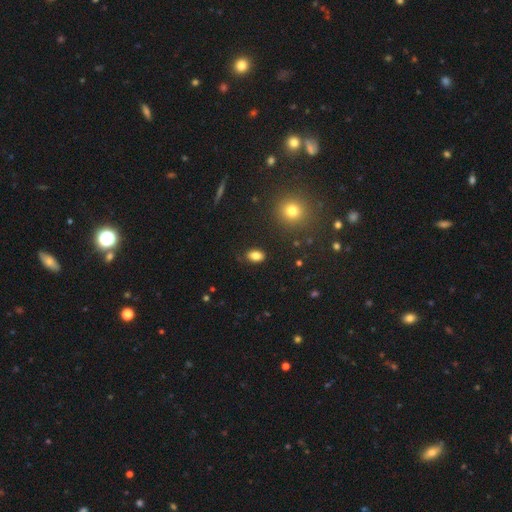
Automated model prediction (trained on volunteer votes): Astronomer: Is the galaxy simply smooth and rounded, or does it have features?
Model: smooth — 83%.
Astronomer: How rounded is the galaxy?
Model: in between — 87%.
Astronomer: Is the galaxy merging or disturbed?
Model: none — 86%.